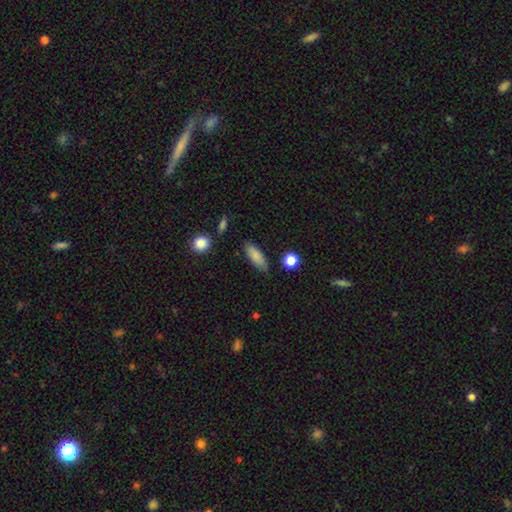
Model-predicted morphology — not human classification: Smooth or featured?
  - smooth: 84% *
  - featured or disk: 9%
  - star or artifact: 7%
How rounded?
  - in between: 65% *
  - cigar-shaped: 32%
  - round: 3%
Merging?
  - none: 83% *
  - minor disturbance: 12%
  - major disturbance: 3%
  - merger: 2%